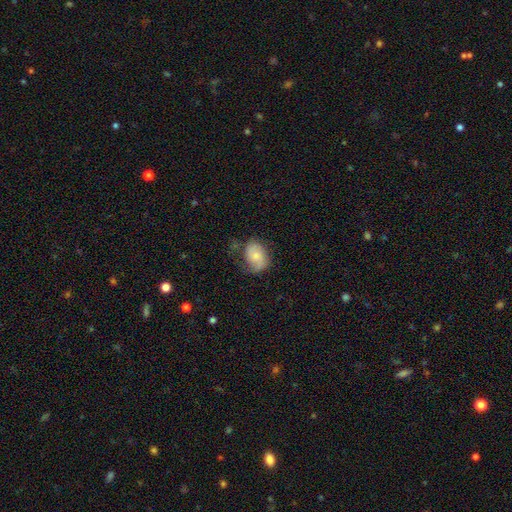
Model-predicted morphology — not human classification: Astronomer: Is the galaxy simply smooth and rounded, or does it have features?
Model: smooth — 60%.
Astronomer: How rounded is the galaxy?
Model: in between — 74%.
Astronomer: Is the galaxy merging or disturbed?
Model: none — 57%.